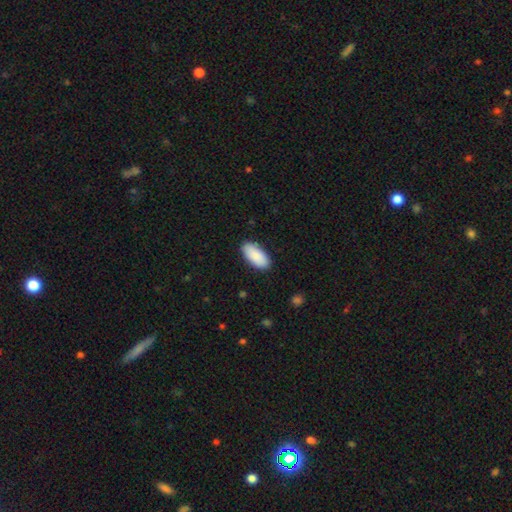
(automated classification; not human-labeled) Q: Smooth or featured?
A: smooth (89%); runner-up: star or artifact (5%)
Q: How rounded?
A: in between (92%); runner-up: cigar-shaped (6%)
Q: Merging?
A: none (86%); runner-up: minor disturbance (11%)